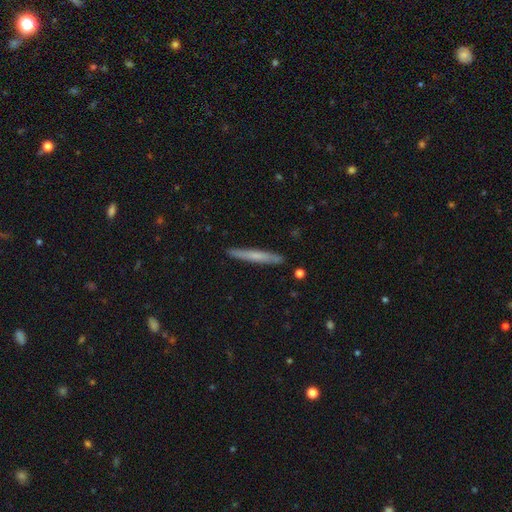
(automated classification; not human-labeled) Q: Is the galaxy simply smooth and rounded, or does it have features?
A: smooth — 57%.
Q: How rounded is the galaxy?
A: cigar-shaped — 96%.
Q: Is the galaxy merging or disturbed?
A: none — 89%.